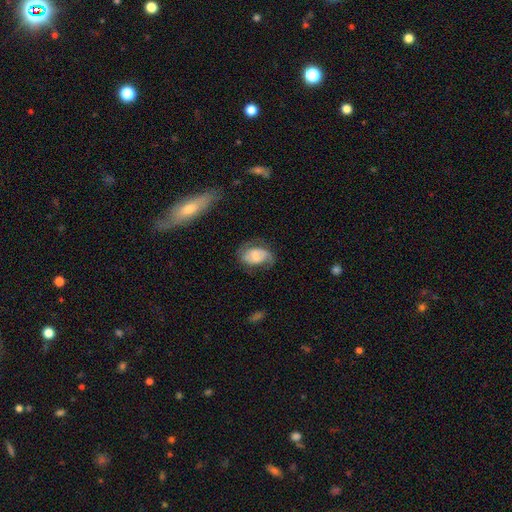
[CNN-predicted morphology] This appears to be a featured or disk galaxy (64%) with no bar (47%), 2 (74%) medium (45%) spiral arms (89%) and a small central bulge (42%). Merging: none (57%).